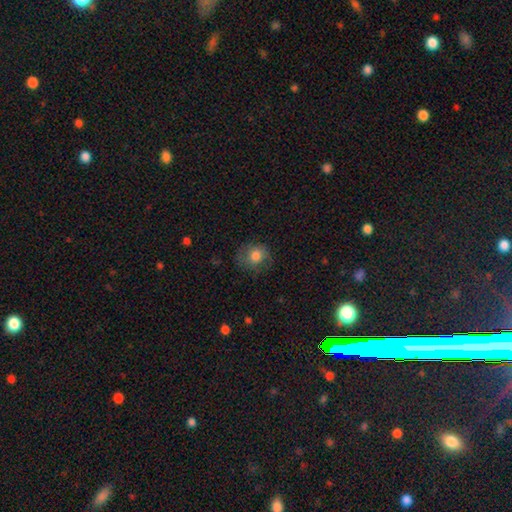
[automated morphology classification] A smooth galaxy with no disk features (78%) that is round (75%). Merging: none (69%).